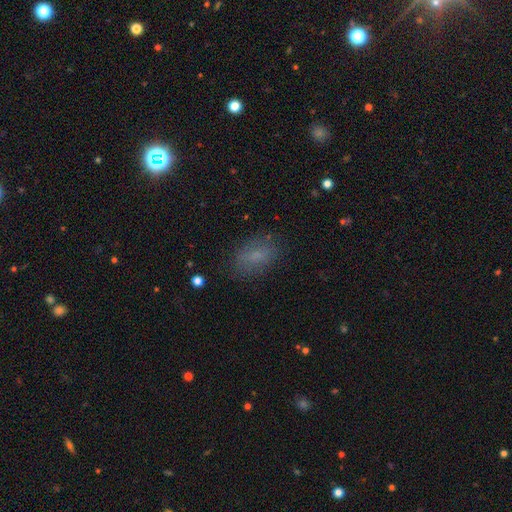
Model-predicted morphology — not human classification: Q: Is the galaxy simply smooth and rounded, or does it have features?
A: smooth — 71%.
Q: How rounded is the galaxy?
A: in between — 85%.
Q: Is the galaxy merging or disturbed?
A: none — 77%.